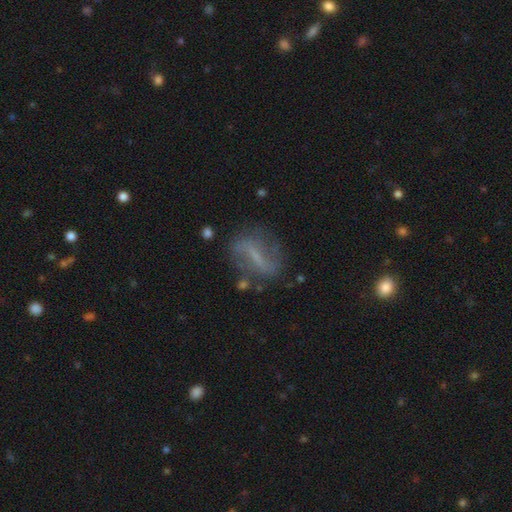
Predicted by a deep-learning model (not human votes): smooth_or_featured: featured or disk (p=0.66) [alt: smooth p=0.23]
disk_edge_on: no (p=0.89) [alt: yes p=0.11]
bar: strong (p=0.52) [alt: weak p=0.32]
has_spiral_arms: yes (p=0.75) [alt: no p=0.25]
bulge_size: none (p=0.46) [alt: small p=0.39]
merging: none (p=0.67) [alt: minor disturbance p=0.18]